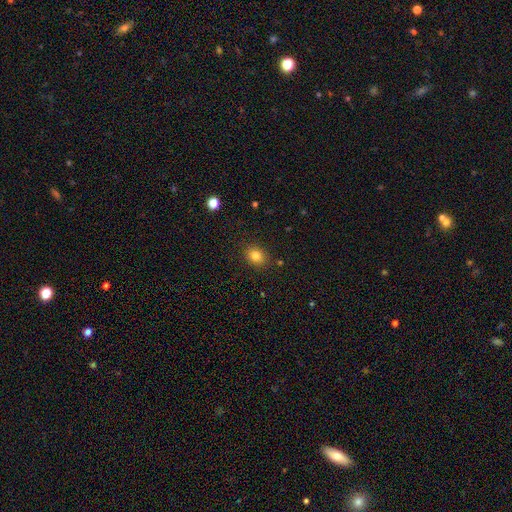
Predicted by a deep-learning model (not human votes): This appears to be a smooth galaxy with no disk features (82%) that is round (55%). Merging: none (87%).